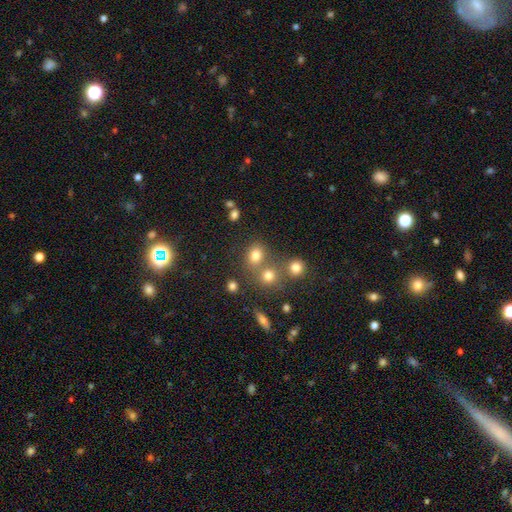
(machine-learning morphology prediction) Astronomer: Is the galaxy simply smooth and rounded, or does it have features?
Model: smooth — 74%.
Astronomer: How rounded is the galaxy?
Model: round — 63%.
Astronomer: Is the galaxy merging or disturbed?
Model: none — 59%.